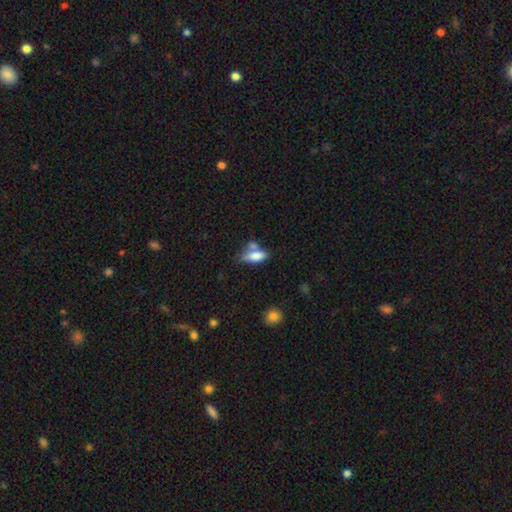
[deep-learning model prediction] Smooth or featured? Predicted: smooth (p=0.76). How rounded? Predicted: in between (p=0.79). Merging? Predicted: none (p=0.38).